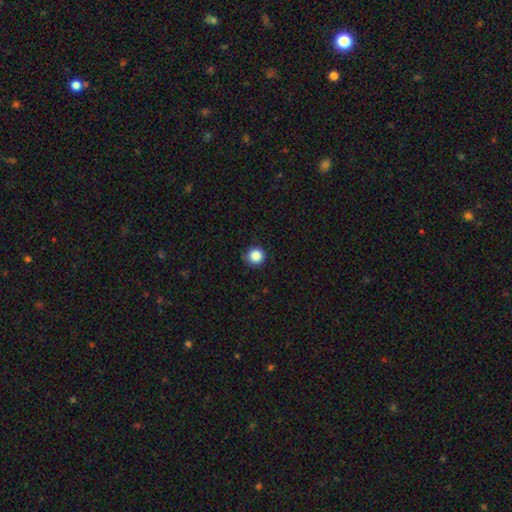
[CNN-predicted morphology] This appears to be a smooth galaxy with no disk features (87%) that is round (94%). Merging: none (87%).